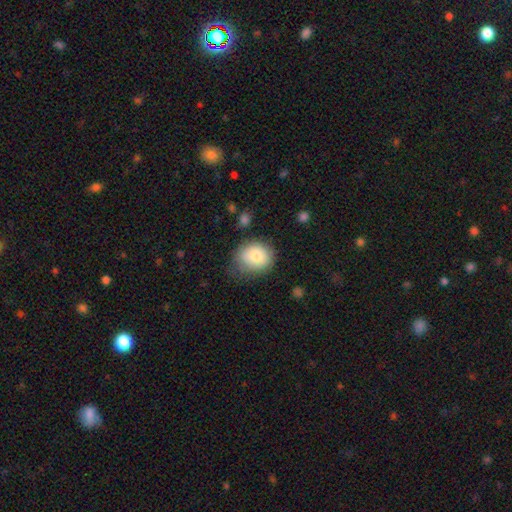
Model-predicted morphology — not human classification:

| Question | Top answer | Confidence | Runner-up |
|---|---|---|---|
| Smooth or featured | smooth | 80% | featured or disk (12%) |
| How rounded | round | 66% | in between (33%) |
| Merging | none | 61% | minor disturbance (27%) |